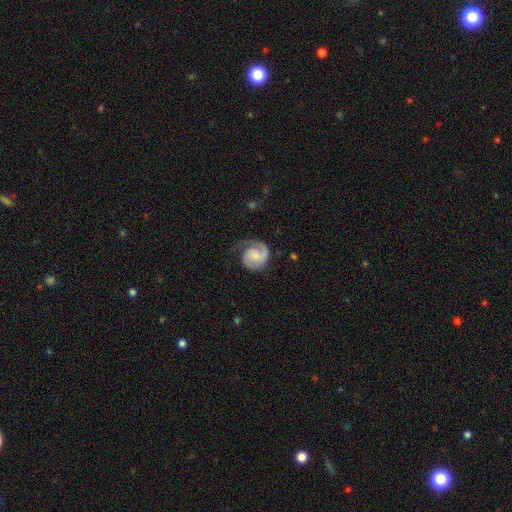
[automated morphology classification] Q: Smooth or featured?
A: featured or disk (78%); runner-up: smooth (17%)
Q: Edge-on disk?
A: no (98%); runner-up: yes (2%)
Q: Bar?
A: no (52%); runner-up: weak (41%)
Q: Spiral arms?
A: yes (96%); runner-up: no (4%)
Q: Spiral winding?
A: medium (43%); runner-up: tight (40%)
Q: Spiral arm count?
A: 2 (57%); runner-up: 1 (36%)
Q: Bulge size?
A: small (48%); runner-up: moderate (30%)
Q: Merging?
A: none (59%); runner-up: minor disturbance (23%)